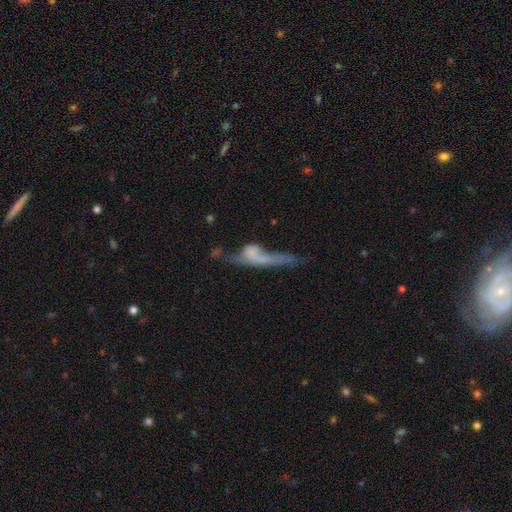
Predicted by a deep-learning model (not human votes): Overall: featured or disk (46%; smooth 43%). Merging: major disturbance (39%; merger 24%).